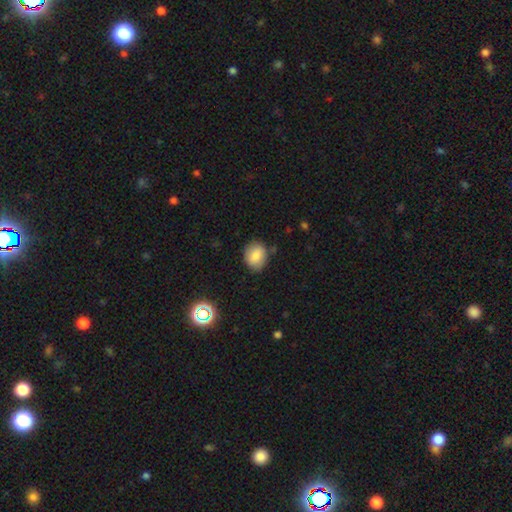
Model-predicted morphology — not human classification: smooth-or-featured: smooth: 81% | featured or disk: 10% | star or artifact: 10%
  how-rounded: round: 51% | in between: 48% | cigar-shaped: 1%
  merging: none: 79% | minor disturbance: 16% | major disturbance: 3% | merger: 2%